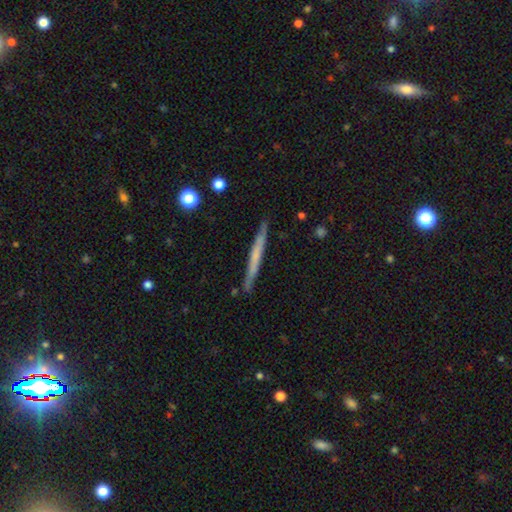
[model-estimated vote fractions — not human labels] Smooth or featured?
  - smooth: 48% *
  - featured or disk: 47%
  - star or artifact: 6%
Merging?
  - none: 88% *
  - minor disturbance: 9%
  - major disturbance: 2%
  - merger: 1%